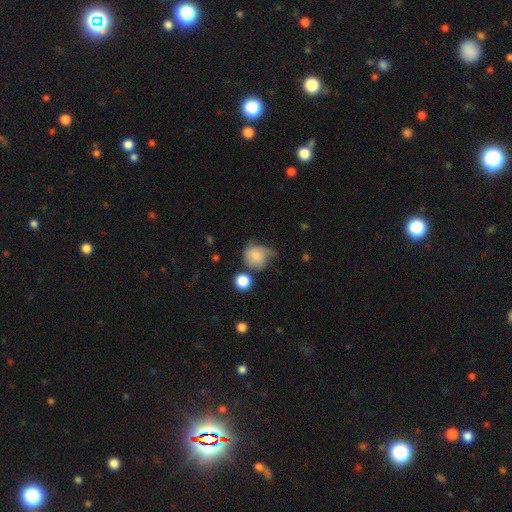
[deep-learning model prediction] Smooth or featured: smooth — 72% (featured or disk — 18%)
How rounded: round — 74% (in between — 25%)
Merging: none — 37% (minor disturbance — 35%)